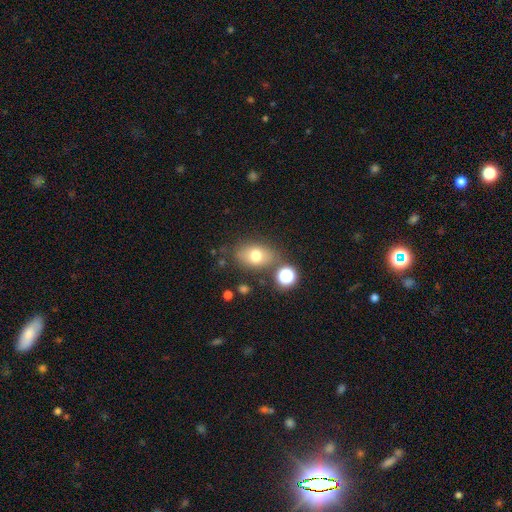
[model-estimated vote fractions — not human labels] A smooth galaxy with no disk features (72%) that is in between round and cigar-shaped (77%). Merging: none (72%).